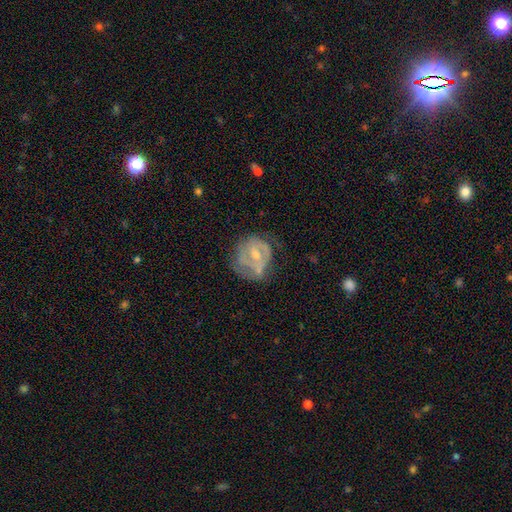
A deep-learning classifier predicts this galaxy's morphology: Smooth or featured: featured or disk — 71% (smooth — 22%)
Edge-on disk: no — 97% (yes — 3%)
Bar: no — 45% (weak — 43%)
Spiral arms: yes — 71% (no — 29%)
Bulge size: moderate — 51% (small — 43%)
Merging: none — 47% (minor disturbance — 28%)